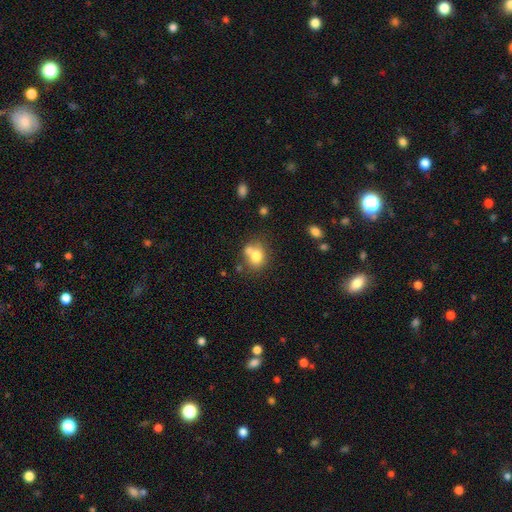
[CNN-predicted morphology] Q: Smooth or featured?
A: smooth (74%); runner-up: featured or disk (16%)
Q: How rounded?
A: round (60%); runner-up: in between (39%)
Q: Merging?
A: none (44%); runner-up: merger (38%)